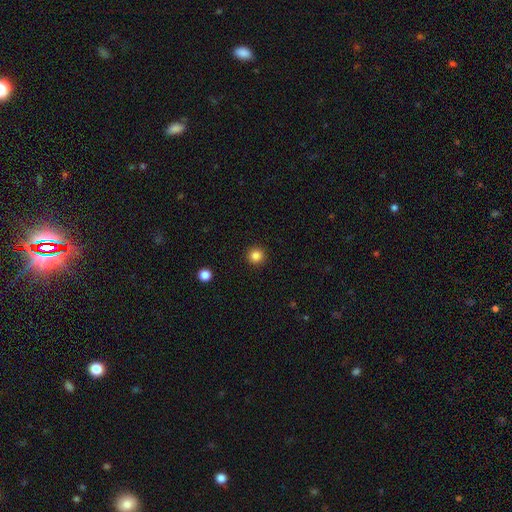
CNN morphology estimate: type=smooth (85%); roundness=round (95%); merging=none (93%).